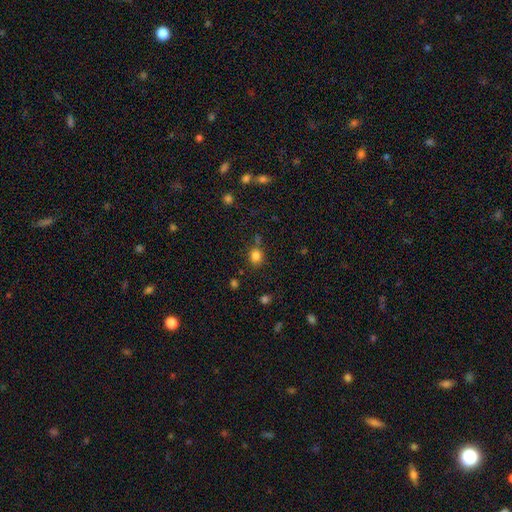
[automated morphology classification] Smooth or featured? smooth (82%)
How rounded? round (68%)
Merging? none (72%)